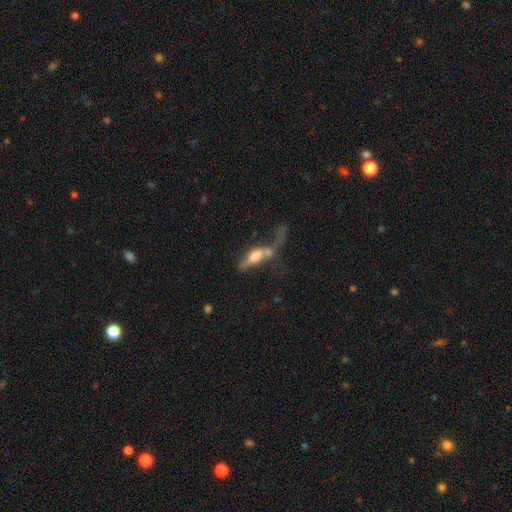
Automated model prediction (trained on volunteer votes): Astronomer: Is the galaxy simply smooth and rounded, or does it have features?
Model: smooth — 48% (runner-up: featured or disk, 42%).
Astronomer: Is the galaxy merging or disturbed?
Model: merger — 42% (runner-up: major disturbance, 29%).